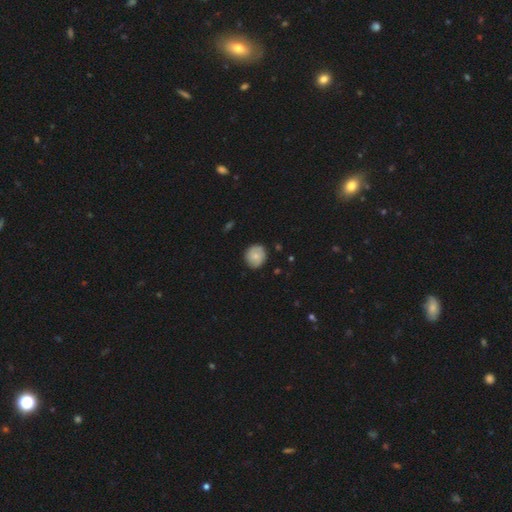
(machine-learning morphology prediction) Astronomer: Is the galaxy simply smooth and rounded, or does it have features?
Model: smooth — 67%.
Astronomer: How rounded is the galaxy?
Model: round — 86%.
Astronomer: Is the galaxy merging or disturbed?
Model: none — 82%.